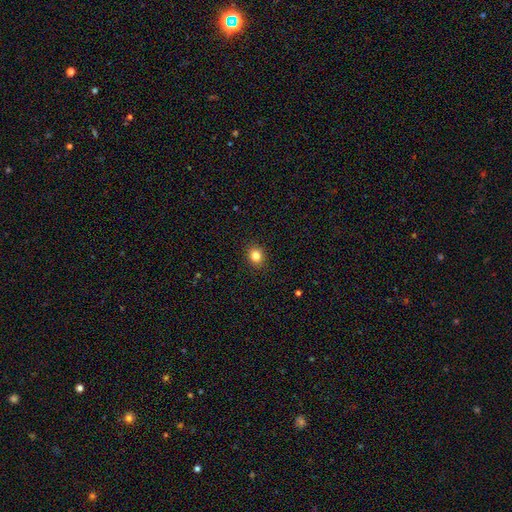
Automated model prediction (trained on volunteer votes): smooth 84%, star or artifact 11%, featured or disk 5%. Down the decision tree: how rounded — round (68%); merging — none (91%).